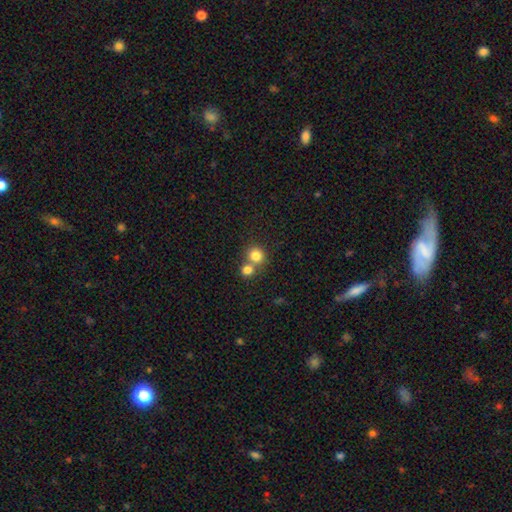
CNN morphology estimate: Smooth or featured? smooth (81%)
How rounded? round (88%)
Merging? none (48%)